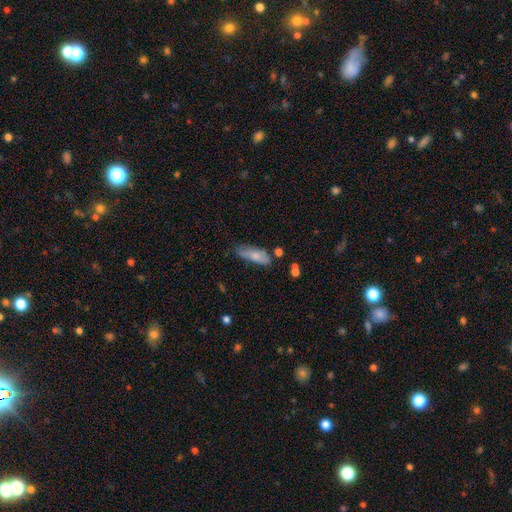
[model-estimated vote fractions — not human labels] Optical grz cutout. It shows a smooth galaxy with no disk features (74%) that is in between round and cigar-shaped (62%). Merging: none (57%).